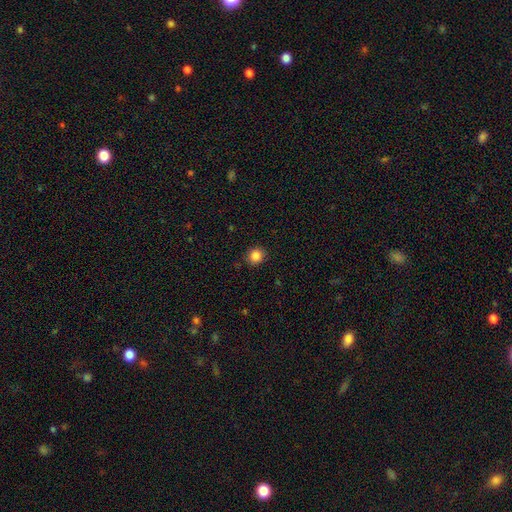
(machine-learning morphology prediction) smooth-or-featured: smooth: 86% | star or artifact: 11% | featured or disk: 4%
  how-rounded: round: 86% | in between: 13% | cigar-shaped: 1%
  merging: none: 89% | minor disturbance: 8% | major disturbance: 2% | merger: 1%